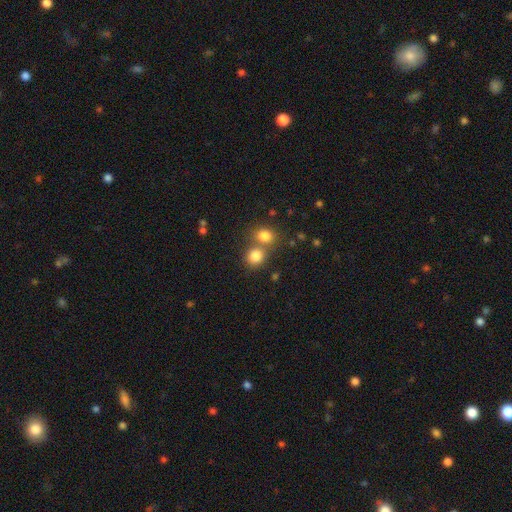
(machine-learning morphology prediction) Q: Smooth or featured?
A: smooth (81%); runner-up: star or artifact (12%)
Q: How rounded?
A: round (78%); runner-up: in between (21%)
Q: Merging?
A: none (51%); runner-up: merger (39%)